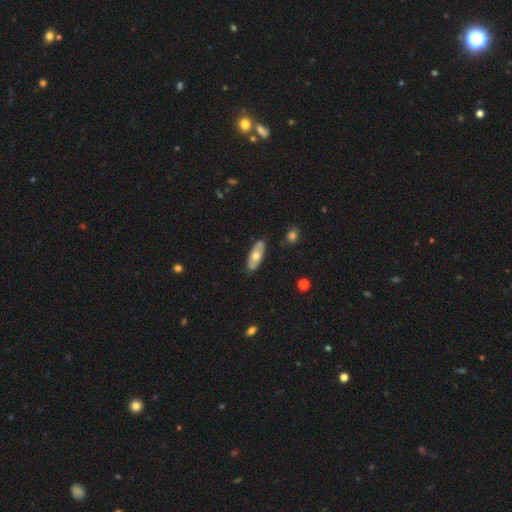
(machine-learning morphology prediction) The model was most divided on "smooth or featured": smooth: 52%, featured or disk: 42%, star or artifact: 5%. More confident: merging — none (83%); how rounded — in between (77%).